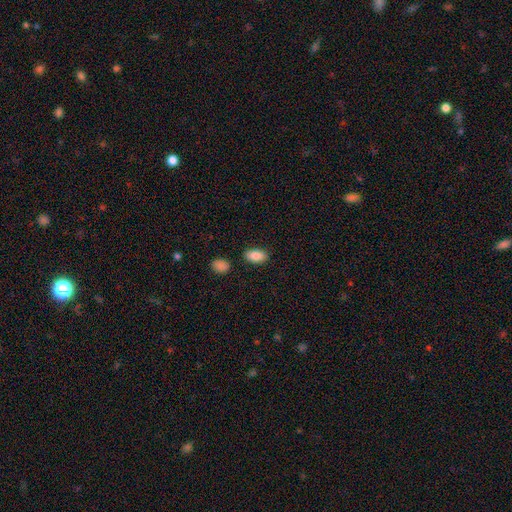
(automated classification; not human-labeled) Smooth or featured: smooth — 87% (star or artifact — 7%)
How rounded: in between — 93% (round — 4%)
Merging: none — 85% (minor disturbance — 9%)